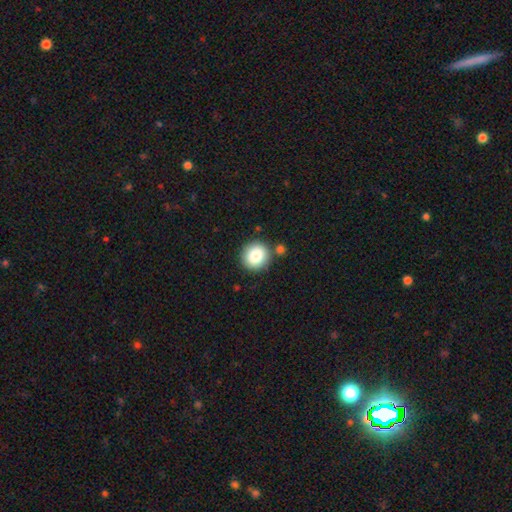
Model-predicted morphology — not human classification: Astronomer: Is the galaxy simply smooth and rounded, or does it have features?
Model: smooth — 83%.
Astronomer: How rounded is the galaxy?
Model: round — 90%.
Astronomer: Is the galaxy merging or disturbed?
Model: none — 82%.